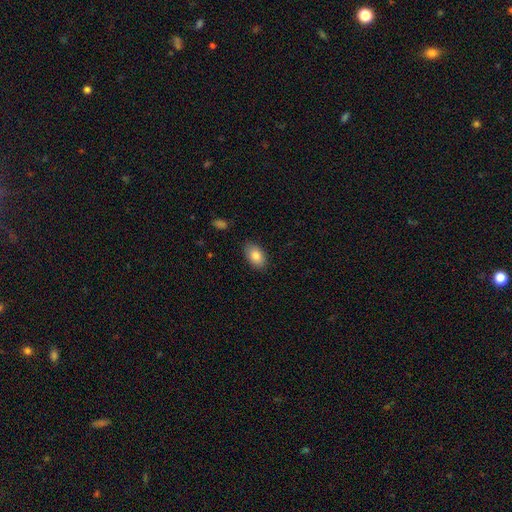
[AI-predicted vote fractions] Smooth or featured?
  - smooth: 85% *
  - featured or disk: 8%
  - star or artifact: 7%
How rounded?
  - in between: 92% *
  - round: 7%
  - cigar-shaped: 1%
Merging?
  - none: 86% *
  - minor disturbance: 11%
  - major disturbance: 2%
  - merger: 1%